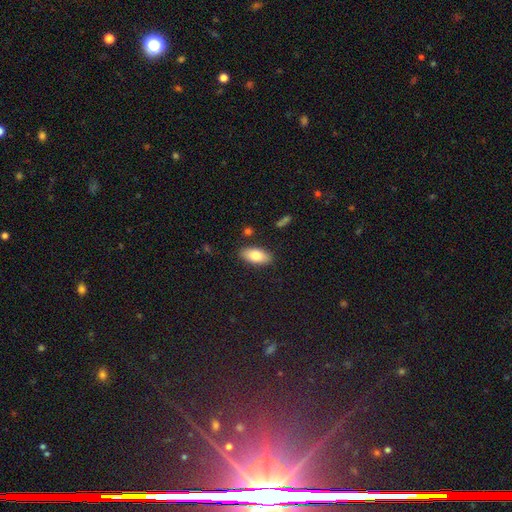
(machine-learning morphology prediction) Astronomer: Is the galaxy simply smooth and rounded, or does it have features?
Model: smooth — 80%.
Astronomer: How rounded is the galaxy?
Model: in between — 88%.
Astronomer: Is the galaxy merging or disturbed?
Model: none — 86%.